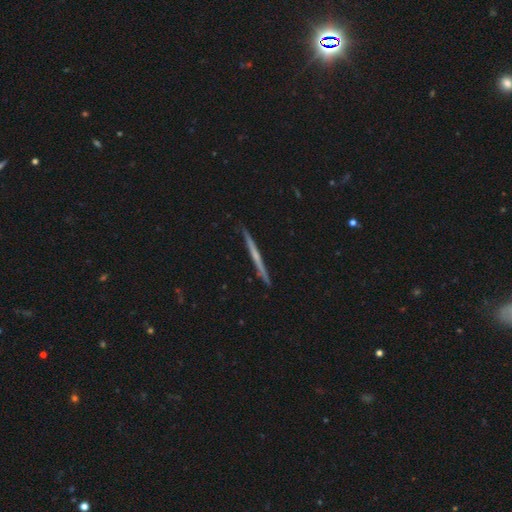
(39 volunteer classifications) This is likely a featured or disk galaxy (62%). It is clearly viewed edge-on (100%). Edge-on bulge: possibly none (58%). Merging: clearly none (86%).